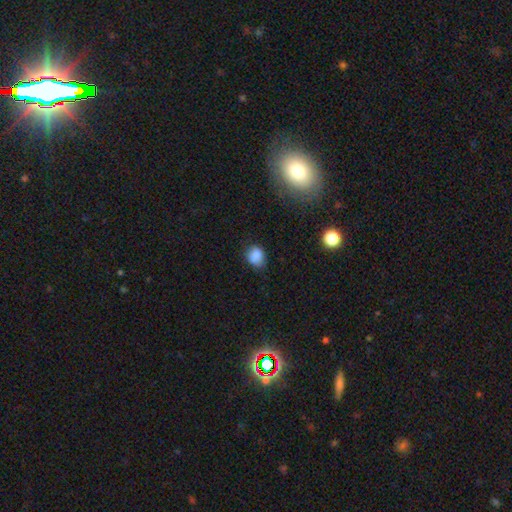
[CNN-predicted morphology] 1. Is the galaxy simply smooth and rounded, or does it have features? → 85% smooth, 10% star or artifact, 5% featured or disk.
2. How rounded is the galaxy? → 58% round, 41% in between, 1% cigar-shaped.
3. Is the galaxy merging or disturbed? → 68% none, 26% minor disturbance, 5% major disturbance, 2% merger.